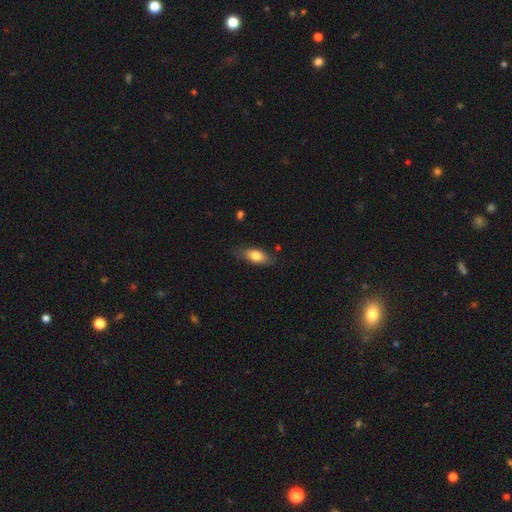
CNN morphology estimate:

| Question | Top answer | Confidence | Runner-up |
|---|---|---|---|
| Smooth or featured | smooth | 76% | featured or disk (18%) |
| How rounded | in between | 82% | cigar-shaped (14%) |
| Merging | none | 78% | minor disturbance (17%) |